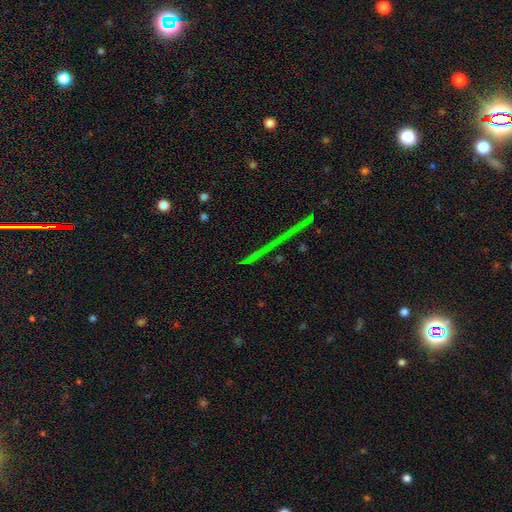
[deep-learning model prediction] smooth_or_featured: star or artifact (p=0.75) [alt: featured or disk p=0.14]